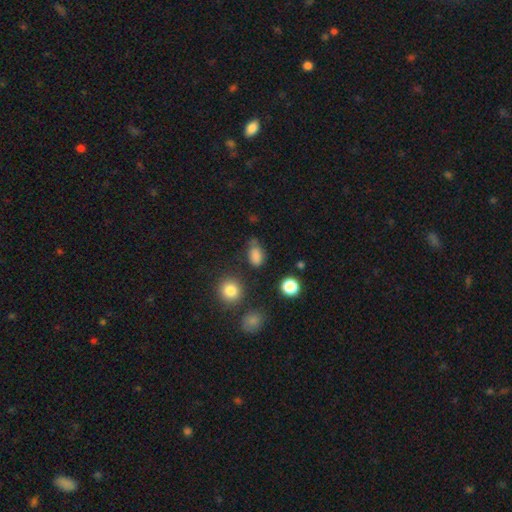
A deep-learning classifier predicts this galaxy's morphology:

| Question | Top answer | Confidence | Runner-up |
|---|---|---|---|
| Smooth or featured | smooth | 82% | star or artifact (12%) |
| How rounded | in between | 78% | round (20%) |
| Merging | none | 62% | minor disturbance (25%) |